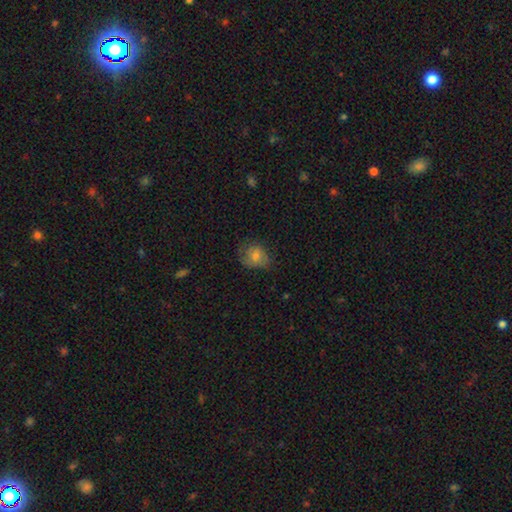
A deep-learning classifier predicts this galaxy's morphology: smooth-or-featured: smooth: 65% | featured or disk: 25% | star or artifact: 11%
  how-rounded: round: 54% | in between: 45% | cigar-shaped: 1%
  merging: none: 60% | minor disturbance: 26% | major disturbance: 13% | merger: 1%